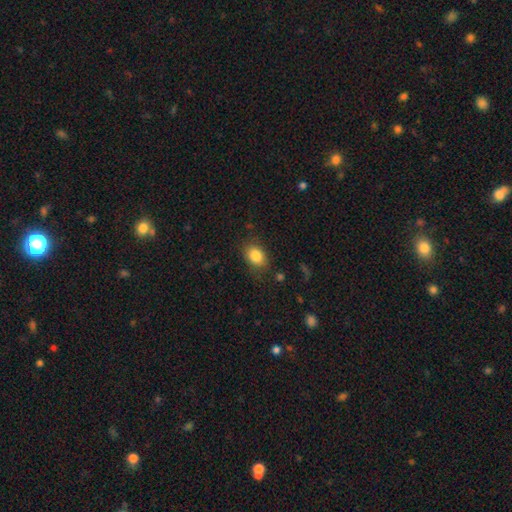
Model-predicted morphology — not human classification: Overall: smooth (84%). How rounded: in between (72%). Merging: none (82%).